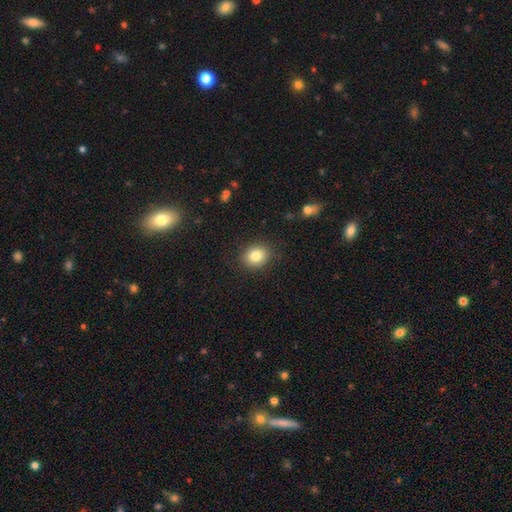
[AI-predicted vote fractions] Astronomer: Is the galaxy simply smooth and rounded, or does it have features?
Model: smooth — 82%.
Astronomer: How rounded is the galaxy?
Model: round — 68%.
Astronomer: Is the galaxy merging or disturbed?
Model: none — 88%.